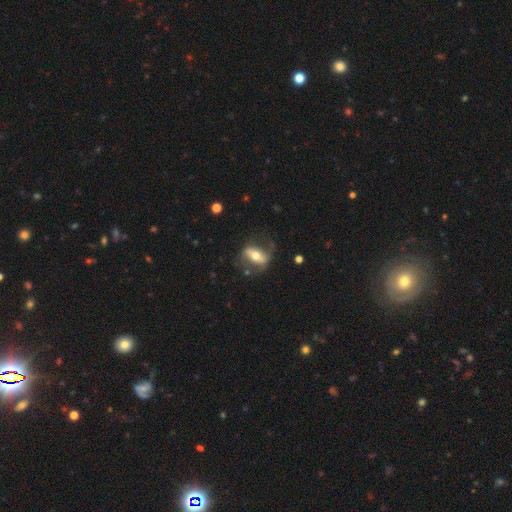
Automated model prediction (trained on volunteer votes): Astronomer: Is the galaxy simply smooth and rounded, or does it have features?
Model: featured or disk — 65%.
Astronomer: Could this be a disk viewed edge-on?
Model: no — 75%.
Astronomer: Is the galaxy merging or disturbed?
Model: none — 58%.